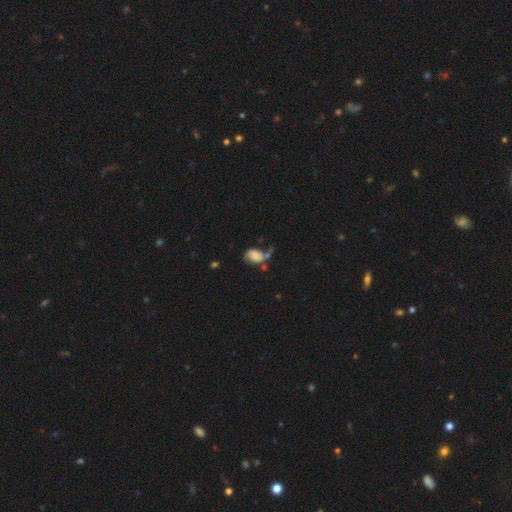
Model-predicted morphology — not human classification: Smooth or featured? Predicted: smooth (p=0.62). How rounded? Predicted: in between (p=0.77). Merging? Predicted: none (p=0.32).